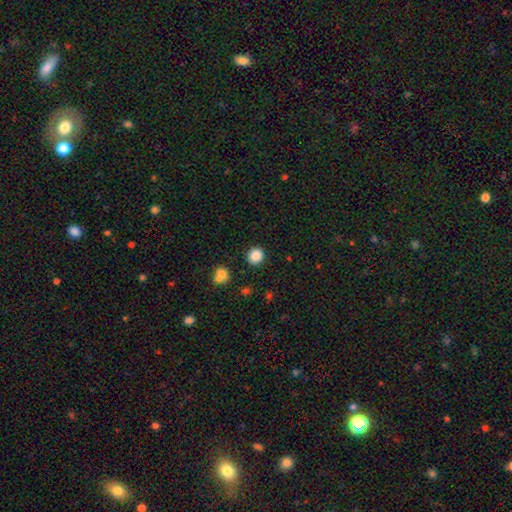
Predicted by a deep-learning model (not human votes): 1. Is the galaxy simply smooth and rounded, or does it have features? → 86% smooth, 10% star or artifact, 4% featured or disk.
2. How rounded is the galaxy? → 88% round, 11% in between, 1% cigar-shaped.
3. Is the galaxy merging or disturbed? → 89% none, 6% minor disturbance, 3% merger, 2% major disturbance.